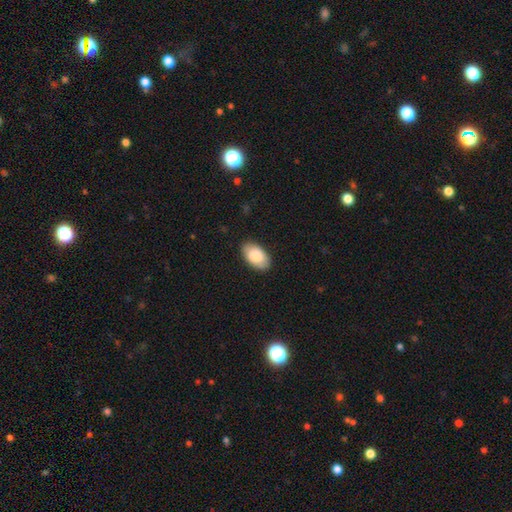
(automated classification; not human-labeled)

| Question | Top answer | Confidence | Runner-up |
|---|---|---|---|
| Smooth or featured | smooth | 84% | featured or disk (11%) |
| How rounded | in between | 95% | round (4%) |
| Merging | none | 87% | minor disturbance (10%) |